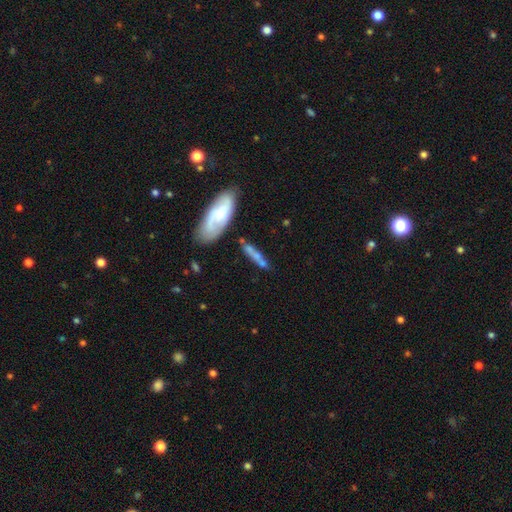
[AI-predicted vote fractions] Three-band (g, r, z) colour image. It shows a smooth galaxy with no disk features (54%) that is cigar-shaped (73%). Merging: none (54%).